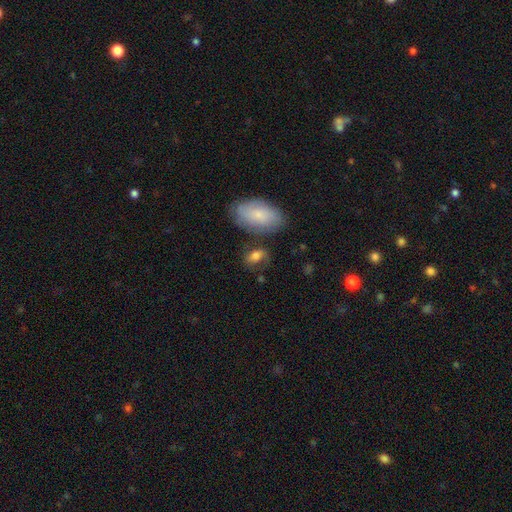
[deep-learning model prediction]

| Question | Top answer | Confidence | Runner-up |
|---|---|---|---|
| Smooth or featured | smooth | 73% | featured or disk (18%) |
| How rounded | in between | 84% | round (13%) |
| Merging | none | 59% | minor disturbance (21%) |